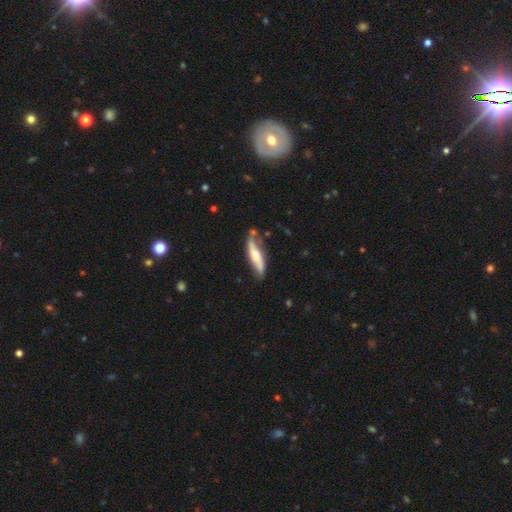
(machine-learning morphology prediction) Overall: featured or disk (59%; smooth 36%). Edge-on disk: no (54%; yes 46%). Merging: none (64%).